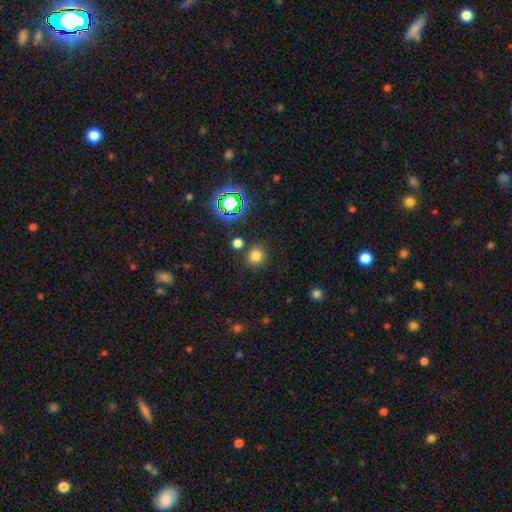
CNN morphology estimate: smooth_or_featured: smooth (p=0.74) [alt: star or artifact p=0.21]
how_rounded: round (p=0.90) [alt: in between p=0.09]
merging: none (p=0.83) [alt: minor disturbance p=0.08]